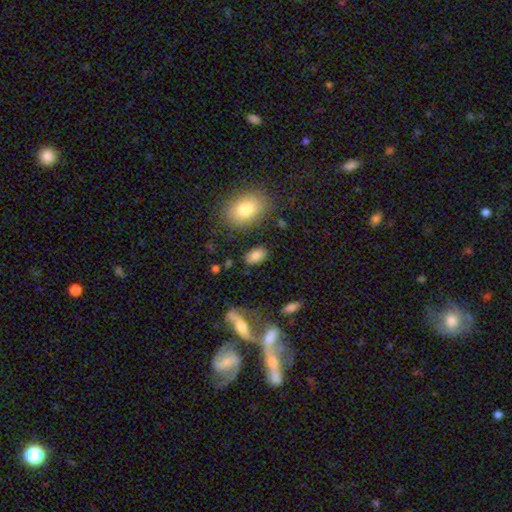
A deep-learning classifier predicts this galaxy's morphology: Overall: smooth (82%). How rounded: in between (91%). Merging: none (82%).